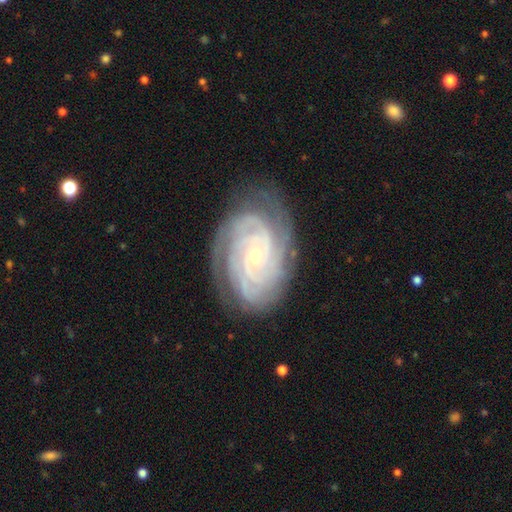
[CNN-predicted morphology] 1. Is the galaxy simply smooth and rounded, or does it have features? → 90% featured or disk, 5% star or artifact, 5% smooth.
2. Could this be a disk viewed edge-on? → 97% no, 3% yes.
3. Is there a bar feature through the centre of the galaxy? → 71% no, 21% weak, 7% strong.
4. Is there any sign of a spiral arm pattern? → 98% yes, 2% no.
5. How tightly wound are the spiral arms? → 81% tight, 17% medium, 2% loose.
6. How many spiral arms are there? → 27% 4, 24% 3, 19% can't tell, 14% 2, 10% more than 4, 6% 1.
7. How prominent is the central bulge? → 68% small, 29% moderate, 1% large, 1% none, 1% dominant.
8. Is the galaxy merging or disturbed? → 80% none, 15% minor disturbance, 4% major disturbance, 1% merger.